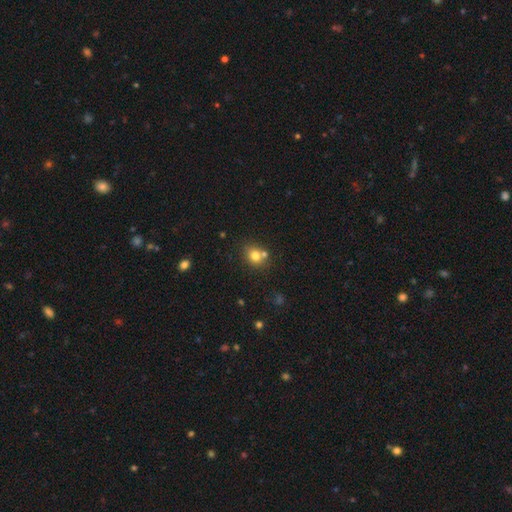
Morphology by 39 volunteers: smooth-or-featured: smooth: 87% | featured or disk: 10% | star or artifact: 3%
  how-rounded: round: 85% | in between: 15% | cigar-shaped: 0%
  merging: none: 66% | merger: 18% | minor disturbance: 16% | major disturbance: 0%